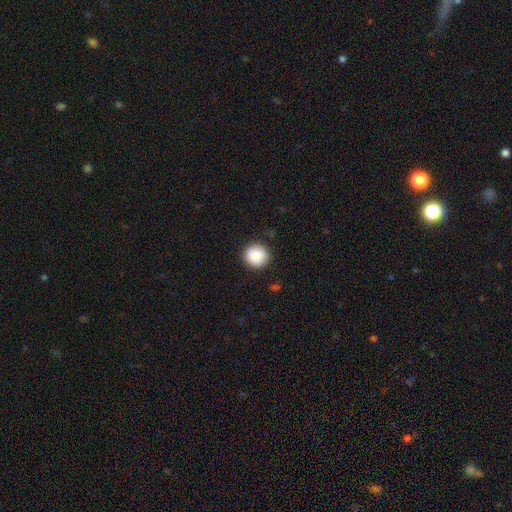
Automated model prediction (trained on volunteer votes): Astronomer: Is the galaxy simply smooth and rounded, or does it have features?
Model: smooth — 89%.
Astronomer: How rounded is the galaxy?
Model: round — 94%.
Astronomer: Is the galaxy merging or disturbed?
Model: none — 90%.